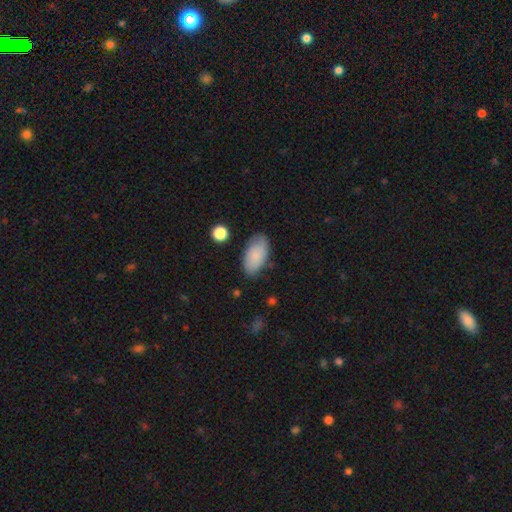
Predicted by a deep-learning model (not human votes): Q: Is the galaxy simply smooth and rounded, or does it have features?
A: smooth — 83%.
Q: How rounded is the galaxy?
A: in between — 95%.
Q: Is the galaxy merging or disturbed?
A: none — 80%.